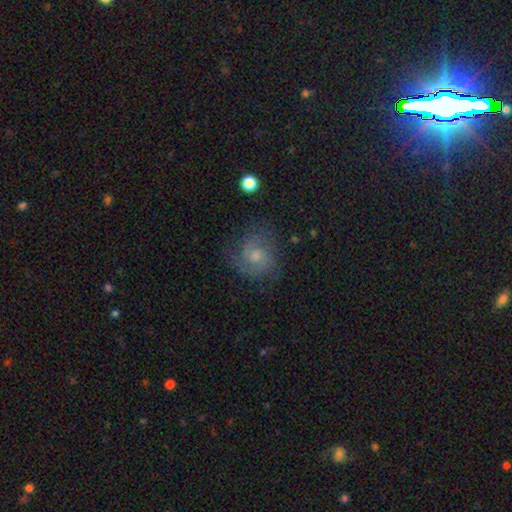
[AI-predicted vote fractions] featured or disk 58%, smooth 32%, star or artifact 10%. Down the decision tree: edge-on disk — no (97%); bar — no (72%); spiral arms — yes (87%); bulge size — moderate (45%); merging — none (66%).